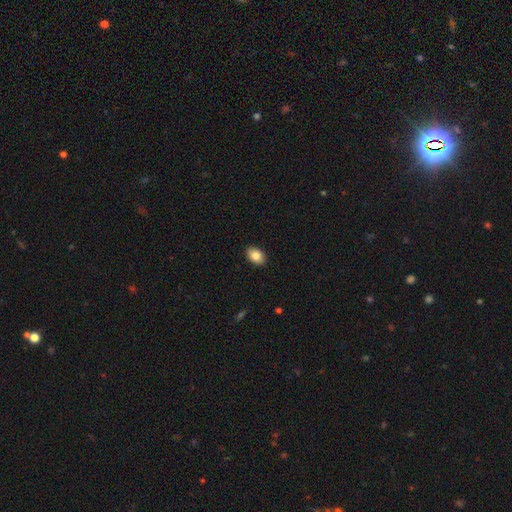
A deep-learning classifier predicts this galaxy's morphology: This appears to be a smooth galaxy with no disk features (85%) that is in between round and cigar-shaped (83%). Merging: none (90%).